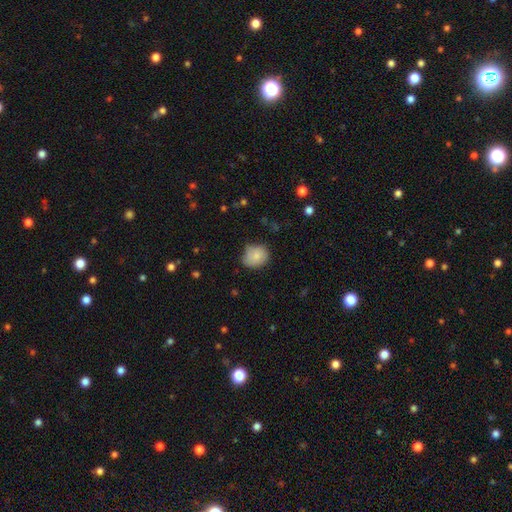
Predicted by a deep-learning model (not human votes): smooth 81%, featured or disk 11%, star or artifact 8%. Down the decision tree: how rounded — round (71%); merging — none (62%).